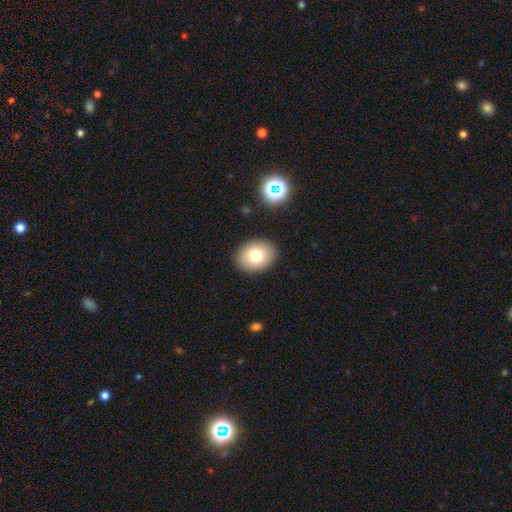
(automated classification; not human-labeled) Overall: smooth (77%). How rounded: in between (58%; round 41%). Merging: none (89%).